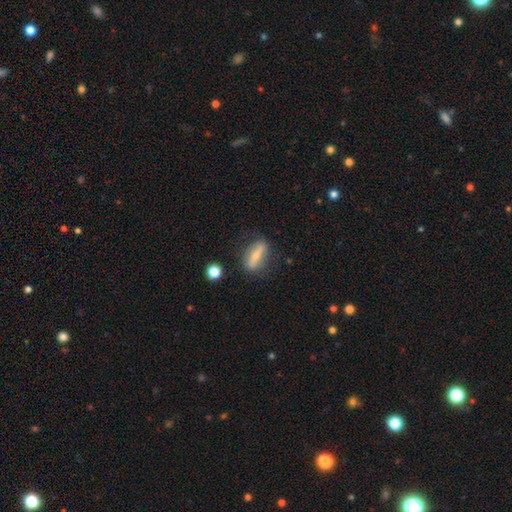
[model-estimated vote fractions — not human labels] Smooth or featured: smooth — 59% (featured or disk — 33%)
How rounded: cigar-shaped — 48% (in between — 45%)
Merging: none — 76% (minor disturbance — 16%)